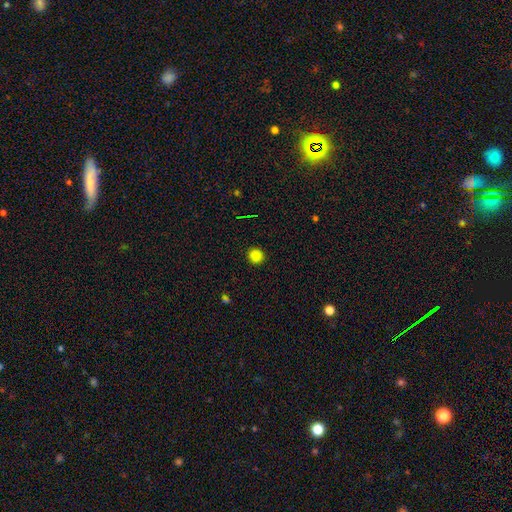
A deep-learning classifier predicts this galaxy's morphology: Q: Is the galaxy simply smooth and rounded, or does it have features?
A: smooth — 84%.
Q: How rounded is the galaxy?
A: round — 91%.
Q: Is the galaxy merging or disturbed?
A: none — 91%.